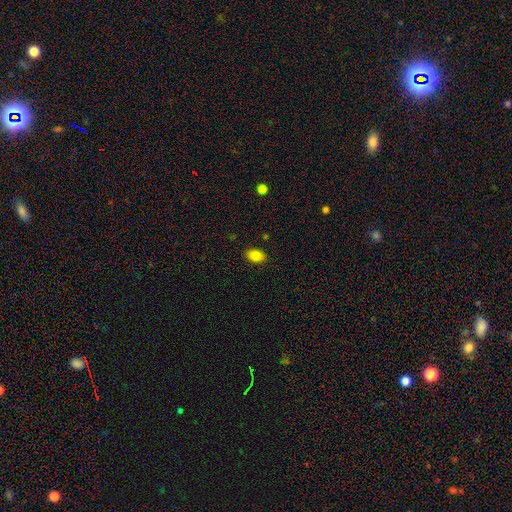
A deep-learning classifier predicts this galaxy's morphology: Smooth or featured? Predicted: smooth (p=0.84). How rounded? Predicted: in between (p=0.83). Merging? Predicted: none (p=0.88).